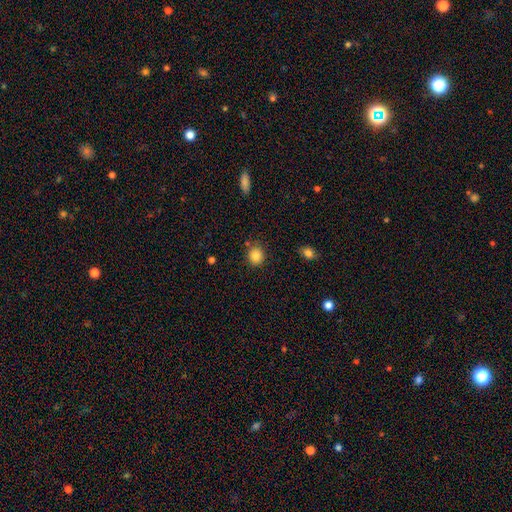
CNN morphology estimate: Q: Smooth or featured?
A: smooth (86%); runner-up: star or artifact (10%)
Q: How rounded?
A: round (80%); runner-up: in between (19%)
Q: Merging?
A: none (81%); runner-up: minor disturbance (12%)